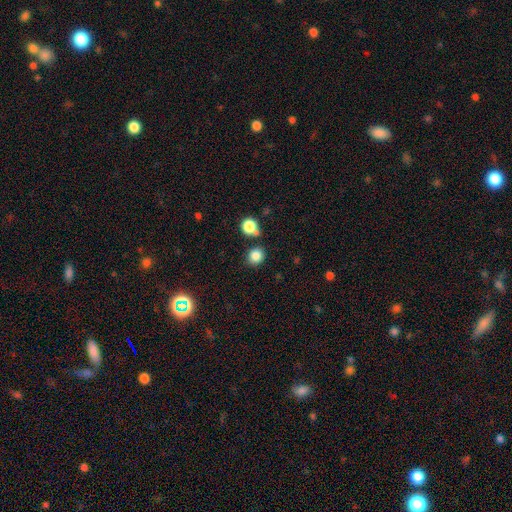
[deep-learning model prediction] Smooth or featured? Predicted: smooth (p=0.84). How rounded? Predicted: round (p=0.84). Merging? Predicted: none (p=0.78).